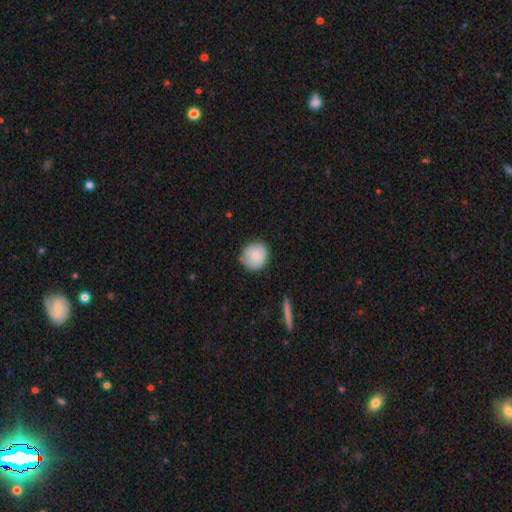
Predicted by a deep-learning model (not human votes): This is clearly a smooth galaxy (80%). How rounded: clearly round (88%). Merging: likely none (80%).